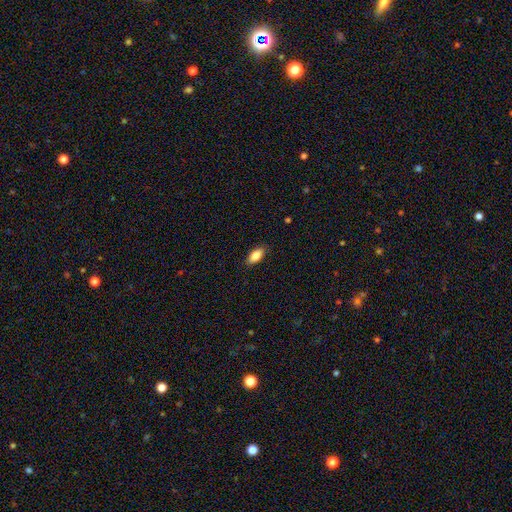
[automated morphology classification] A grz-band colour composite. It shows a smooth galaxy with no disk features (85%) that is in between round and cigar-shaped (87%). Merging: none (87%).